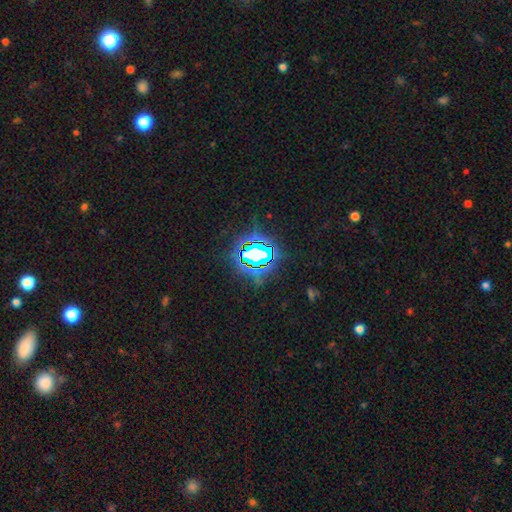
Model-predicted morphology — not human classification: Smooth or featured? star or artifact (77%)